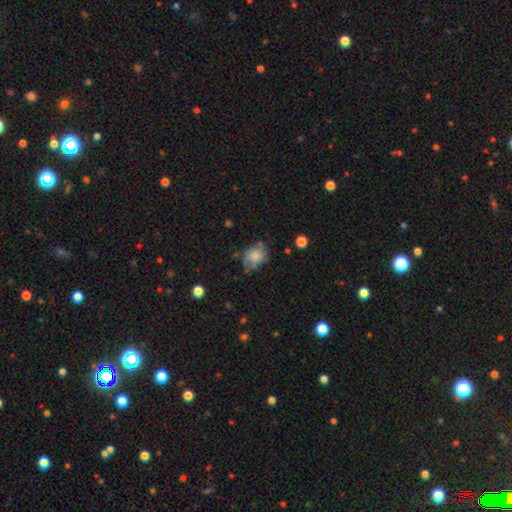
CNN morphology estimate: This appears to be a smooth galaxy with no disk features (65%) that is in between round and cigar-shaped (55%). Merging: none (55%).